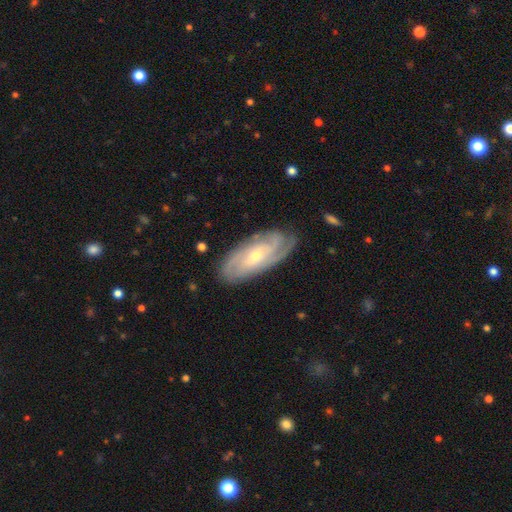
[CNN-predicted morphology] Smooth or featured? featured or disk (82%)
Edge-on disk? no (91%)
Bar? no (58%)
Spiral arms? yes (95%)
Spiral winding? tight (62%)
Spiral arm count? can't tell (29%)
Bulge size? small (56%)
Merging? none (80%)